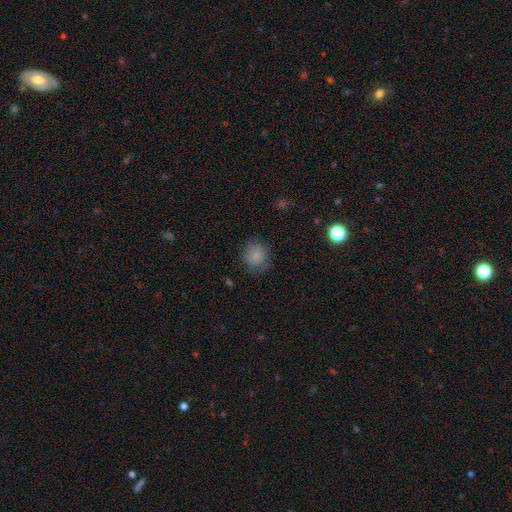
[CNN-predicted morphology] type=smooth (85%); roundness=round (82%); merging=none (80%).